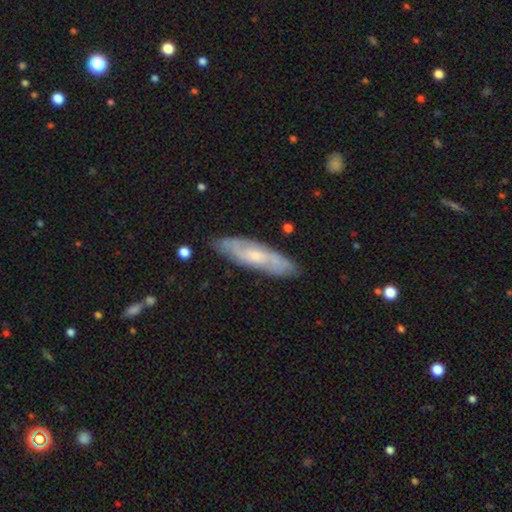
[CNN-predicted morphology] A featured or disk galaxy (59%).

Vote fractions:
- Smooth or featured? featured or disk: 59% / smooth: 35% / star or artifact: 6%
- Edge-on disk? no: 68% / yes: 32%
- Merging? none: 80% / minor disturbance: 15% / major disturbance: 3% / merger: 2%